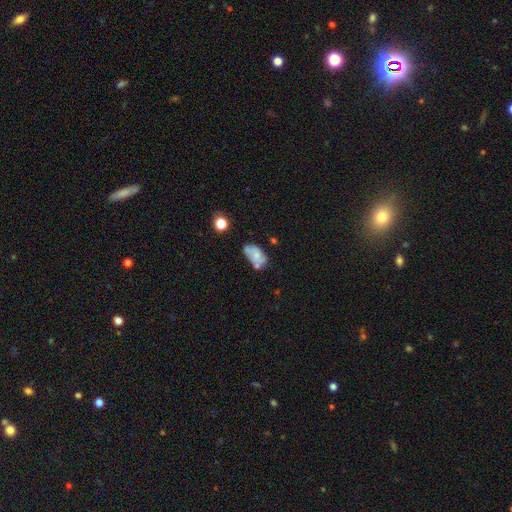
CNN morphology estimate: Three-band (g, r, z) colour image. It shows a smooth galaxy with no disk features (53%) that is in between round and cigar-shaped (89%). Merging: none (43%).